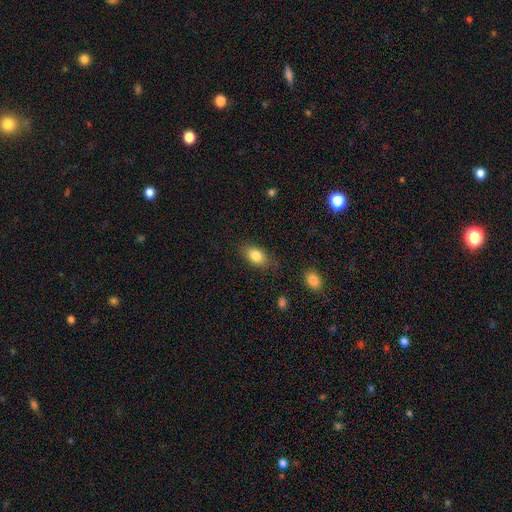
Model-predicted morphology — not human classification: smooth 83%, featured or disk 9%, star or artifact 8%. Down the decision tree: how rounded — in between (88%); merging — none (82%).